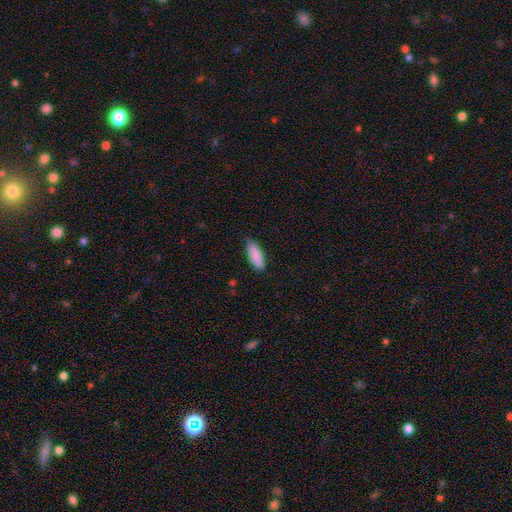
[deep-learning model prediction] Smooth or featured? Predicted: smooth (p=0.89). How rounded? Predicted: in between (p=0.79). Merging? Predicted: none (p=0.74).